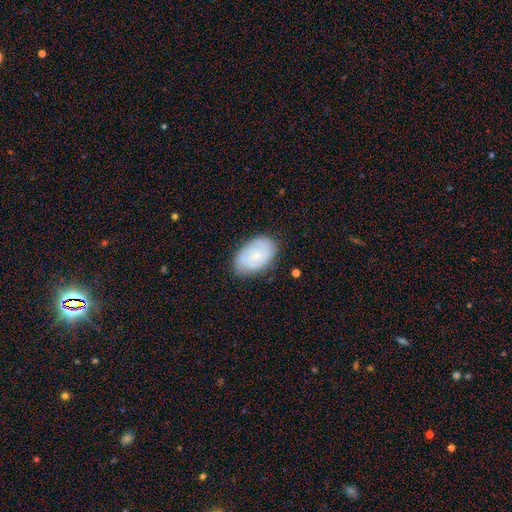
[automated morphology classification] A smooth galaxy with no disk features (50%) that is in between round and cigar-shaped (89%). Merging: none (79%).